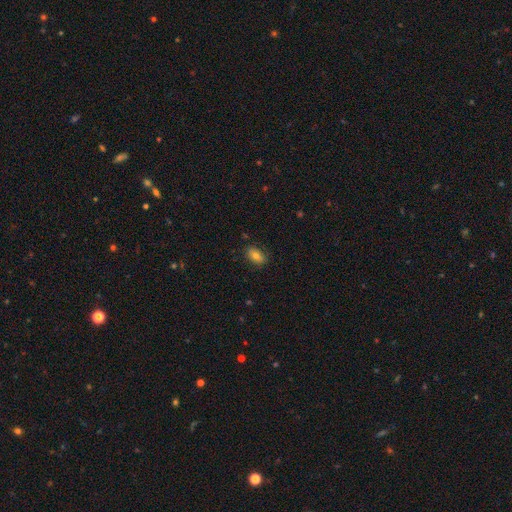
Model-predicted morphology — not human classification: Smooth or featured: smooth — 73% (featured or disk — 17%)
How rounded: in between — 88% (round — 10%)
Merging: none — 83% (minor disturbance — 13%)